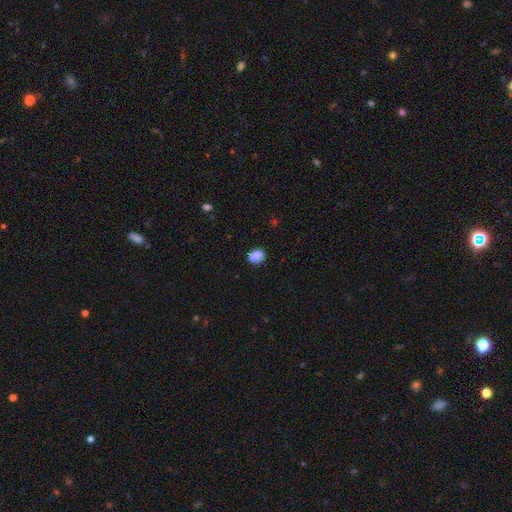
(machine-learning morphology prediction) Smooth or featured? Predicted: smooth (p=0.84). How rounded? Predicted: in between (p=0.58). Merging? Predicted: none (p=0.76).